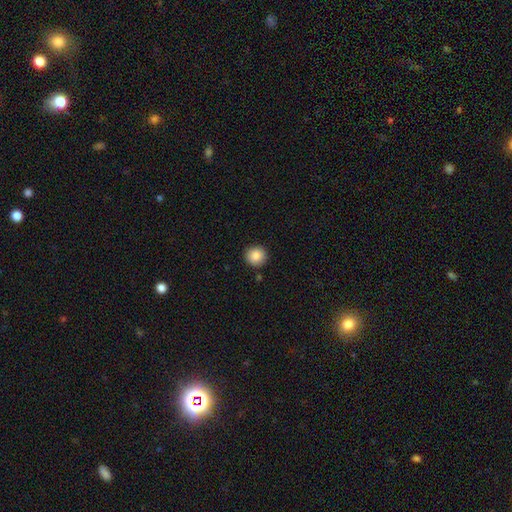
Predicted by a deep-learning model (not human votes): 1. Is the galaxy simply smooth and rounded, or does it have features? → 86% smooth, 9% star or artifact, 5% featured or disk.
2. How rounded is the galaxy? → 90% round, 9% in between, 1% cigar-shaped.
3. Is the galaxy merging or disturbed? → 90% none, 6% minor disturbance, 2% merger, 2% major disturbance.